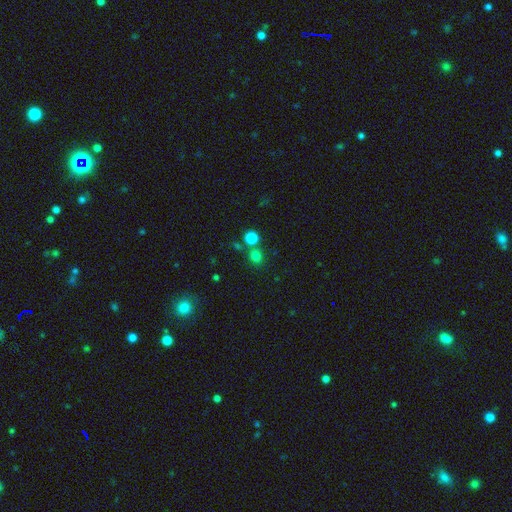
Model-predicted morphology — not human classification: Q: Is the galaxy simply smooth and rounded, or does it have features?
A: smooth — 77%.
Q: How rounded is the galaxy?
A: round — 84%.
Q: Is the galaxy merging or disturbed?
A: none — 68%.